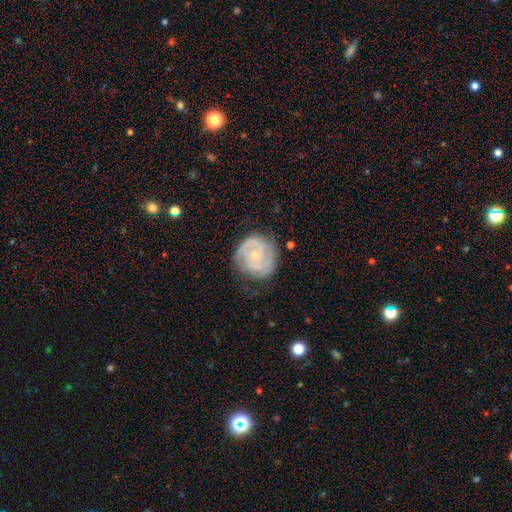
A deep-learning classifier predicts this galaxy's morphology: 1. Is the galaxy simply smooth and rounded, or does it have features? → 83% featured or disk, 12% smooth, 5% star or artifact.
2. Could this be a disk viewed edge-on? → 98% no, 2% yes.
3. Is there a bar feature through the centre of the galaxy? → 70% no, 25% weak, 5% strong.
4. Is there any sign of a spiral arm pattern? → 95% yes, 5% no.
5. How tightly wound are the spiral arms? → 63% tight, 31% medium, 6% loose.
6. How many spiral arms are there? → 61% 2, 15% can't tell, 14% 3, 4% 1, 3% 4, 3% more than 4.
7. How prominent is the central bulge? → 74% small, 21% moderate, 2% none, 1% large, 1% dominant.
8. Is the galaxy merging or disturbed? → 74% none, 18% minor disturbance, 6% major disturbance, 1% merger.